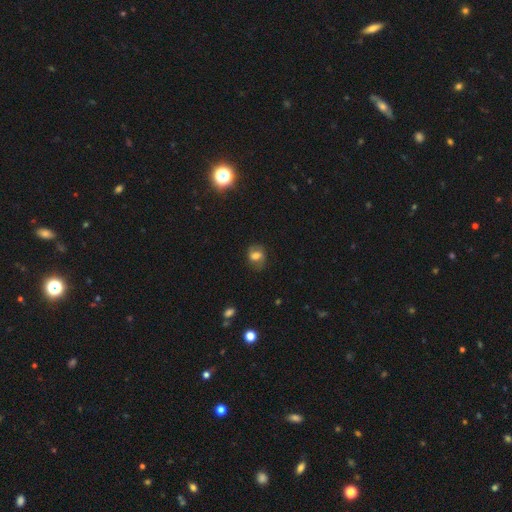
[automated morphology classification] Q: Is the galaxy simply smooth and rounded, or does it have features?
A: smooth — 56%.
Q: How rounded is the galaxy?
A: in between — 56%.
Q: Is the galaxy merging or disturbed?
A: none — 68%.